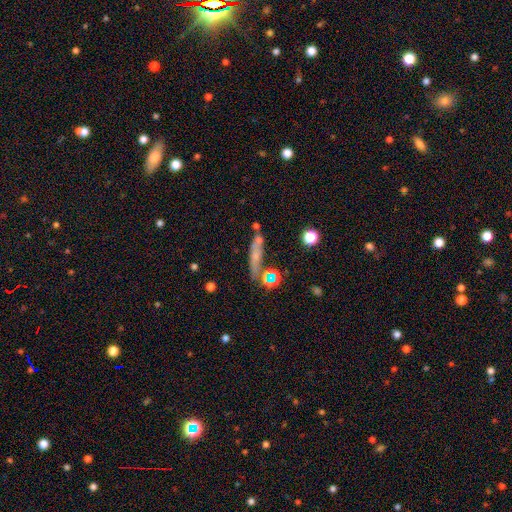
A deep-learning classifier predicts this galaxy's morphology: Q: Smooth or featured?
A: smooth (54%); runner-up: featured or disk (29%)
Q: How rounded?
A: cigar-shaped (71%); runner-up: in between (20%)
Q: Merging?
A: none (55%); runner-up: merger (18%)